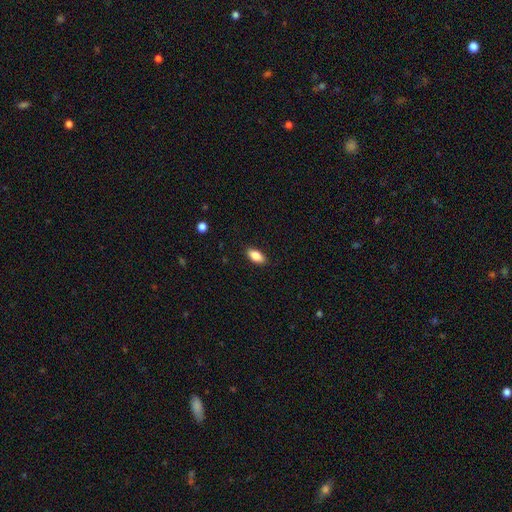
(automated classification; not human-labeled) smooth 86%, star or artifact 7%, featured or disk 7%. Down the decision tree: how rounded — in between (91%); merging — none (87%).